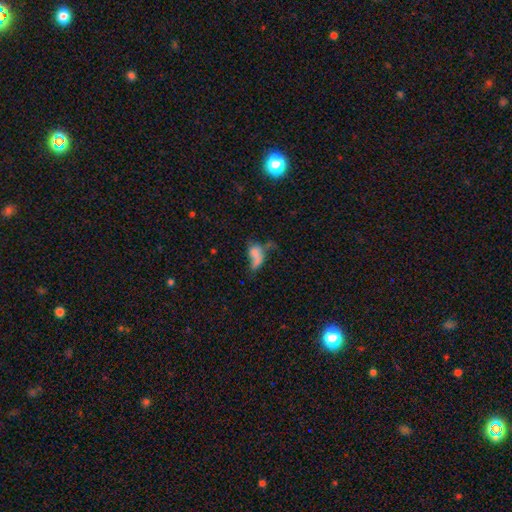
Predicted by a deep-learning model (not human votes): Smooth or featured? smooth (58%)
How rounded? in between (78%)
Merging? merger (35%)